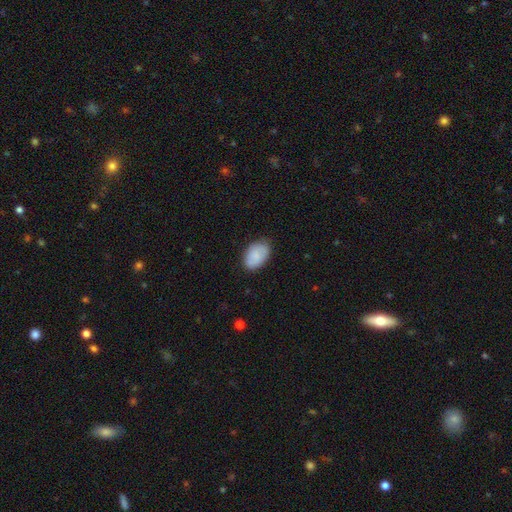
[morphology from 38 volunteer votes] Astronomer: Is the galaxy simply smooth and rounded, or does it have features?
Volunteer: smooth — 82%.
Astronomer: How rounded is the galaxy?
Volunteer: in between — 97%.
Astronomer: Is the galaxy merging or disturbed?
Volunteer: none — 78%.